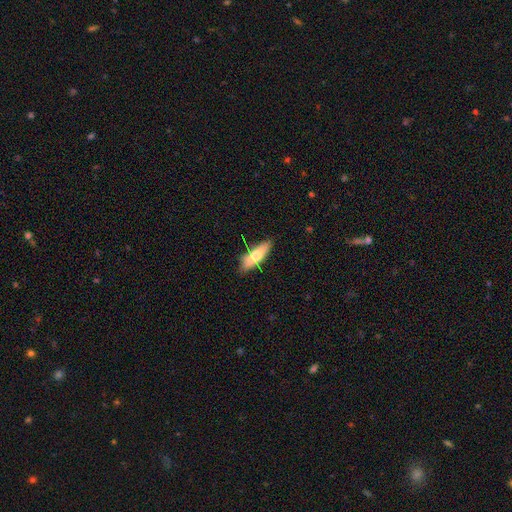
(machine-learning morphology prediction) smooth 67%, featured or disk 27%, star or artifact 6%. Down the decision tree: how rounded — in between (56%); merging — none (74%).